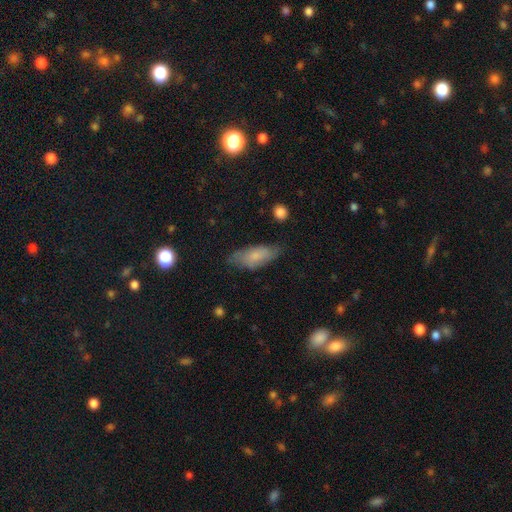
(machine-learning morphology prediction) Smooth or featured?
  - smooth: 72% *
  - featured or disk: 21%
  - star or artifact: 7%
How rounded?
  - in between: 77% *
  - cigar-shaped: 21%
  - round: 2%
Merging?
  - none: 70% *
  - minor disturbance: 23%
  - major disturbance: 5%
  - merger: 1%